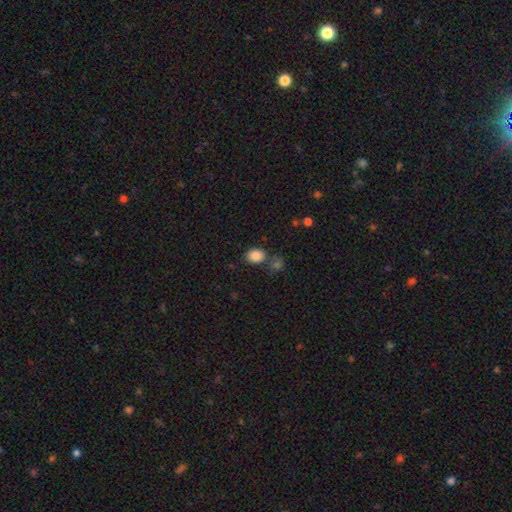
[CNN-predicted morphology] smooth-or-featured: smooth: 86% | star or artifact: 10% | featured or disk: 4%
  how-rounded: in between: 56% | round: 43% | cigar-shaped: 1%
  merging: none: 65% | merger: 18% | minor disturbance: 13% | major disturbance: 4%